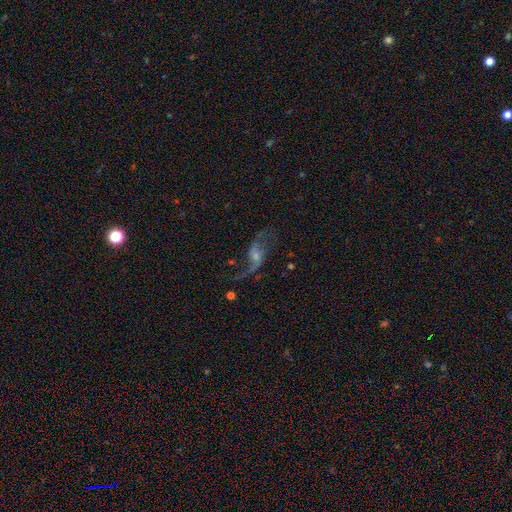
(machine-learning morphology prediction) Smooth or featured? featured or disk (80%)
Edge-on disk? no (94%)
Bar? no (51%)
Spiral arms? yes (92%)
Spiral winding? loose (87%)
Spiral arm count? 2 (85%)
Bulge size? small (55%)
Merging? none (57%)